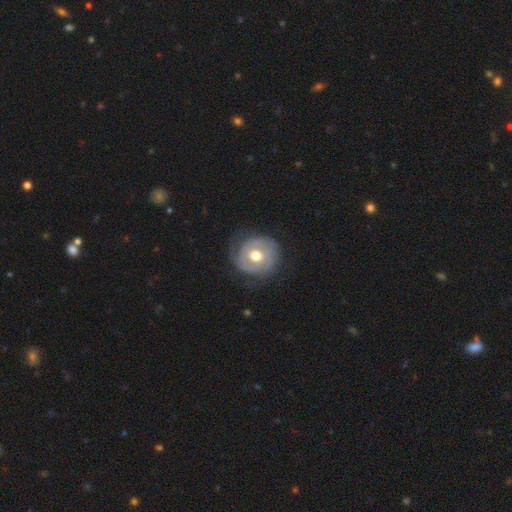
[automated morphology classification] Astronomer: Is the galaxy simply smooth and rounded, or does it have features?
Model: featured or disk — 71%.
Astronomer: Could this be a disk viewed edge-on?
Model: no — 97%.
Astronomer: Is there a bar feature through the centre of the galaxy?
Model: no — 71%.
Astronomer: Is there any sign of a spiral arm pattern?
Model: yes — 77%.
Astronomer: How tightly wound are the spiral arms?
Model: tight — 62%.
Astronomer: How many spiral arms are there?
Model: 2 — 50%.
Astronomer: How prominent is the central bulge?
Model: moderate — 75%.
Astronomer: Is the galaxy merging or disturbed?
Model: none — 69%.